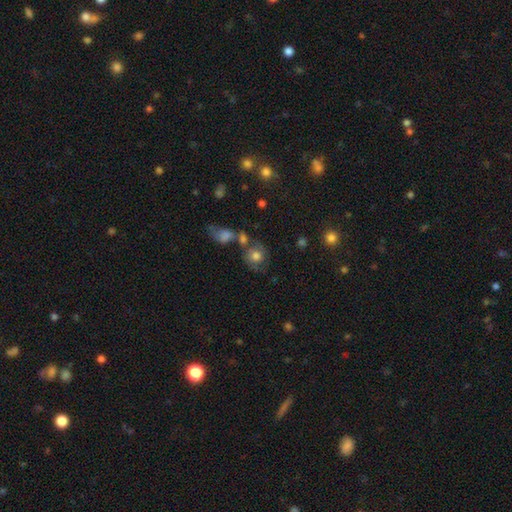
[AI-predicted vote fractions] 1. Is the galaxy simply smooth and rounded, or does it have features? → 61% smooth, 29% featured or disk, 11% star or artifact.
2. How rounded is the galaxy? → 77% round, 22% in between, 1% cigar-shaped.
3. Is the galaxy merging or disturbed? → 51% none, 20% merger, 18% minor disturbance, 11% major disturbance.